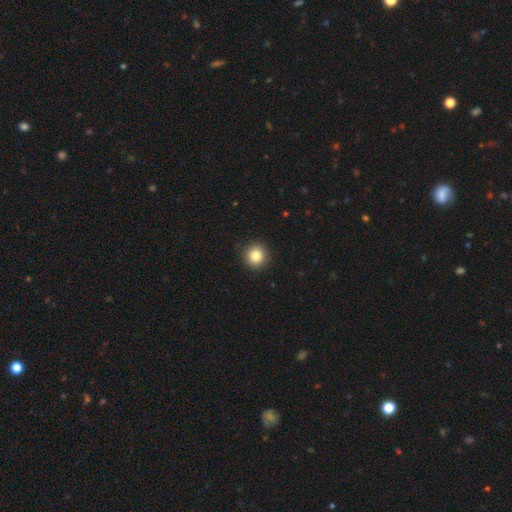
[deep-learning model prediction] Smooth or featured?
  - smooth: 85% *
  - star or artifact: 10%
  - featured or disk: 5%
How rounded?
  - round: 92% *
  - in between: 7%
  - cigar-shaped: 1%
Merging?
  - none: 91% *
  - minor disturbance: 6%
  - major disturbance: 2%
  - merger: 1%